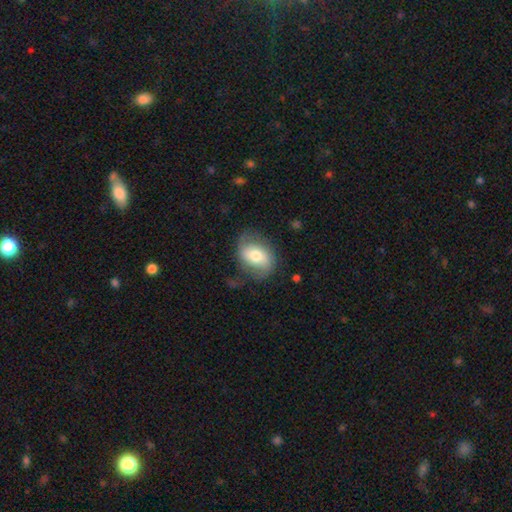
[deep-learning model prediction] Smooth or featured: smooth — 52% (featured or disk — 41%)
How rounded: in between — 71% (round — 27%)
Merging: none — 62% (minor disturbance — 24%)